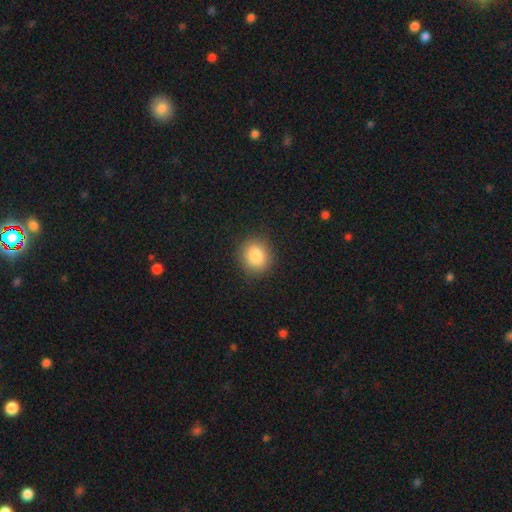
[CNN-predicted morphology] Smooth or featured? Predicted: smooth (p=0.85). How rounded? Predicted: round (p=0.80). Merging? Predicted: none (p=0.89).